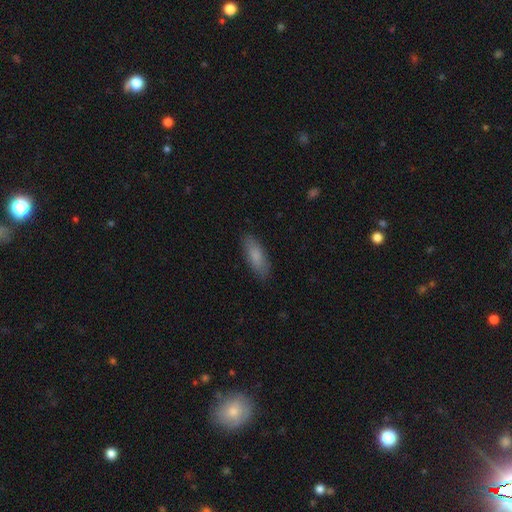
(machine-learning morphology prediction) A smooth galaxy with no disk features (82%) that is in between round and cigar-shaped (61%). Merging: none (85%).